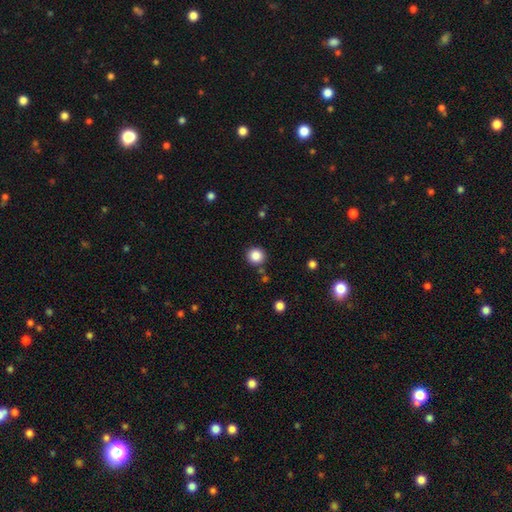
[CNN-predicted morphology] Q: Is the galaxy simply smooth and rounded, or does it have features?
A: smooth — 86%.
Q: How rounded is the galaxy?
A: round — 92%.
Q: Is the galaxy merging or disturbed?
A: none — 87%.